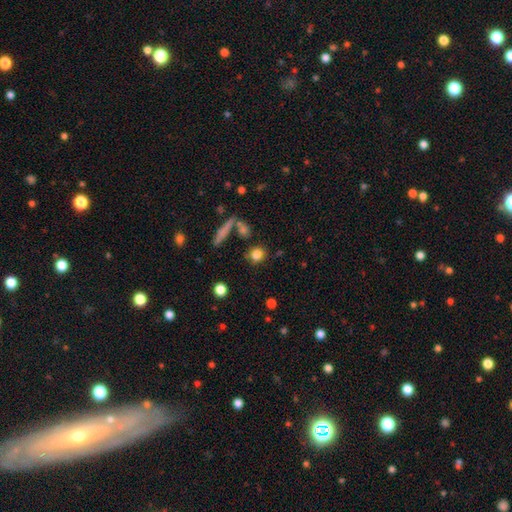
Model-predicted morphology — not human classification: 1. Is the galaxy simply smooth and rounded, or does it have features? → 82% smooth, 11% star or artifact, 7% featured or disk.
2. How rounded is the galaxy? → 77% round, 18% in between, 4% cigar-shaped.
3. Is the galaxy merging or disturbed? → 76% none, 11% minor disturbance, 8% merger, 4% major disturbance.